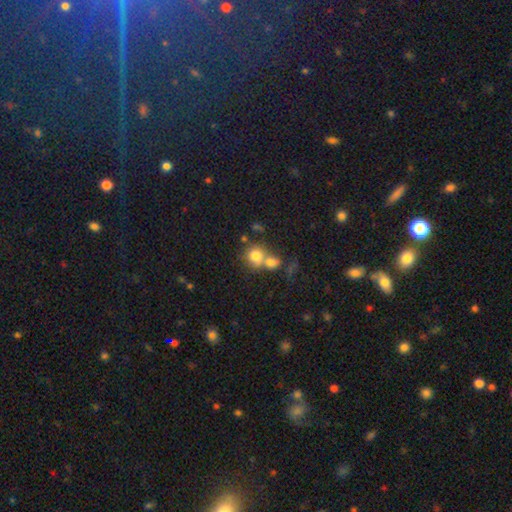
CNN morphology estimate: smooth_or_featured: smooth (p=0.76) [alt: featured or disk p=0.13]
how_rounded: round (p=0.79) [alt: in between p=0.19]
merging: merger (p=0.54) [alt: none p=0.33]